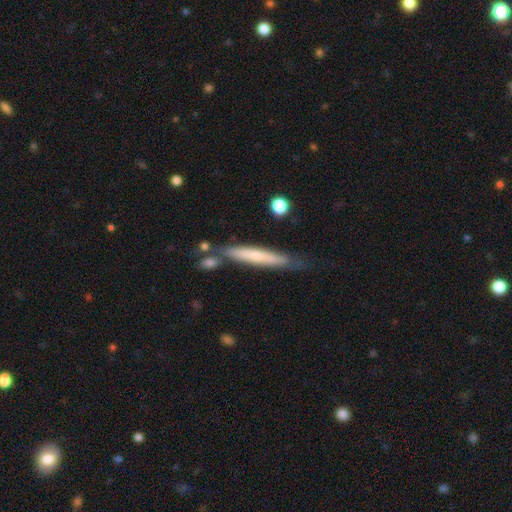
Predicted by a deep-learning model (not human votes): Smooth or featured? Predicted: smooth (p=0.52). How rounded? Predicted: cigar-shaped (p=0.94). Merging? Predicted: none (p=0.68).